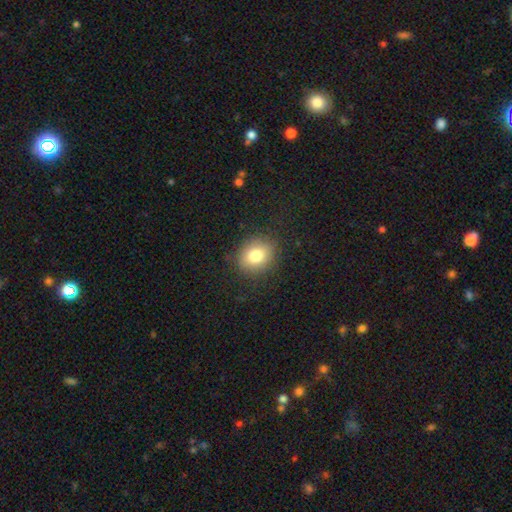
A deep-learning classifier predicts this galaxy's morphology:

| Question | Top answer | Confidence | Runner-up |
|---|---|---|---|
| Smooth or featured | smooth | 79% | star or artifact (11%) |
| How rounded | round | 65% | in between (34%) |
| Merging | none | 85% | minor disturbance (10%) |